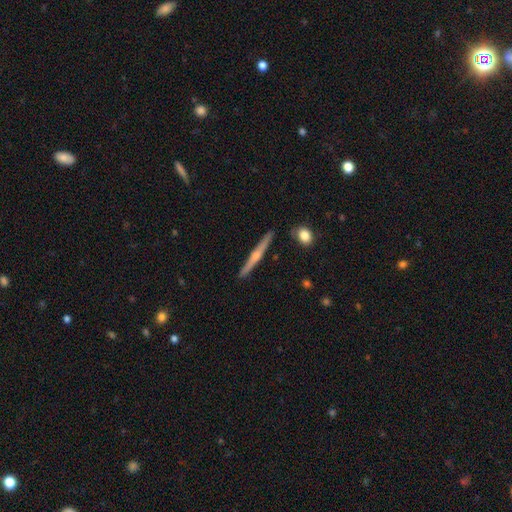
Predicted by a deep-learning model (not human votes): Morphology: type=featured or disk (71%); edge-on=yes (98%); edge-on bulge=rounded (81%); merging=none (90%).